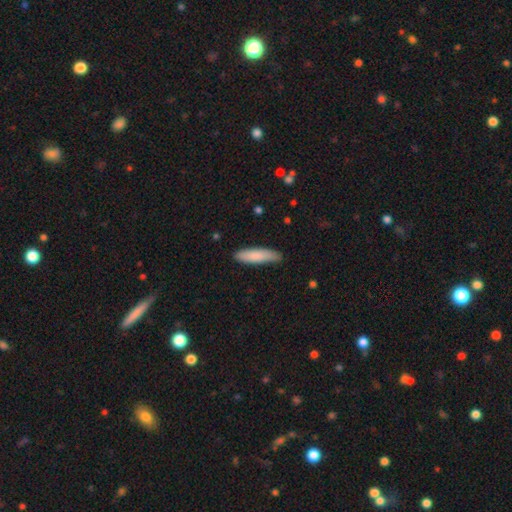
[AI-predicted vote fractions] This is clearly a smooth galaxy (85%). How rounded: likely cigar-shaped (72%). Merging: clearly none (85%).